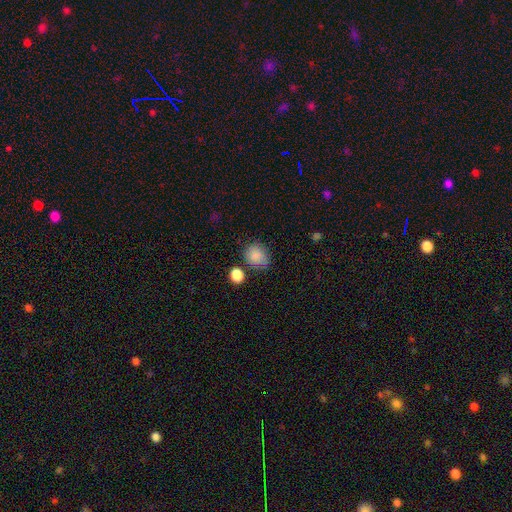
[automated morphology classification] This appears to be a smooth galaxy with no disk features (86%) that is round (67%). Merging: none (69%).